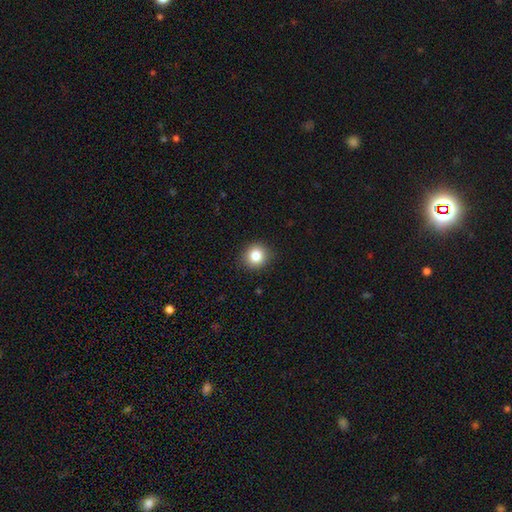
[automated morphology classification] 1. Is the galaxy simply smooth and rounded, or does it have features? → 82% smooth, 11% star or artifact, 7% featured or disk.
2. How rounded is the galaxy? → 91% round, 8% in between, 1% cigar-shaped.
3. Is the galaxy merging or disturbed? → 91% none, 6% minor disturbance, 2% major disturbance, 1% merger.